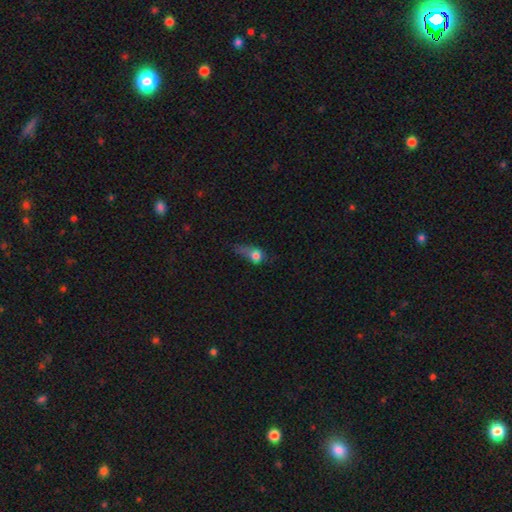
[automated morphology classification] type=smooth (70%); roundness=round (47%); merging=major disturbance (46%).